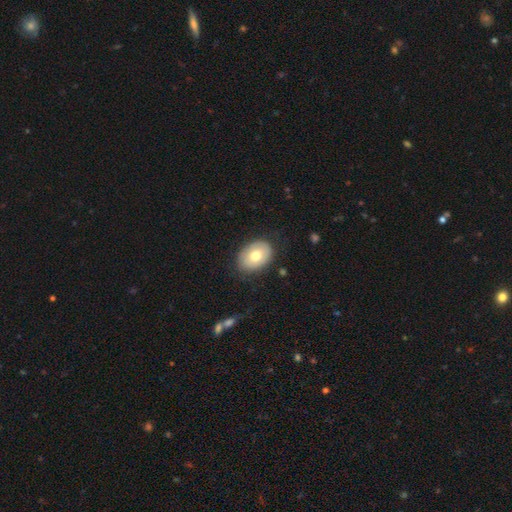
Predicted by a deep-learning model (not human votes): Q: Smooth or featured?
A: smooth (70%); runner-up: featured or disk (23%)
Q: How rounded?
A: in between (76%); runner-up: round (23%)
Q: Merging?
A: none (82%); runner-up: minor disturbance (13%)